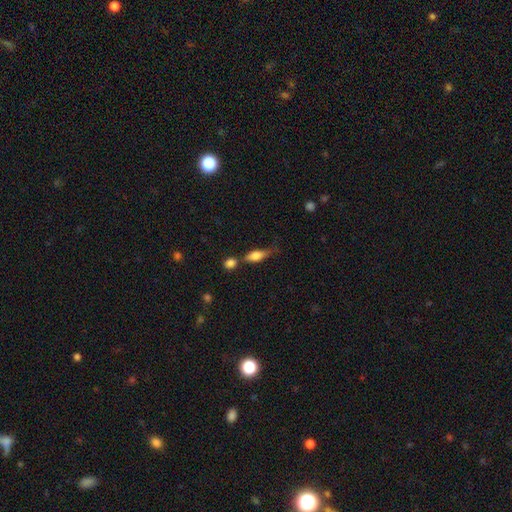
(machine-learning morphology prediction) The model was most divided on "merging": none: 45%, minor disturbance: 23%, merger: 23%, major disturbance: 9%. More confident: smooth or featured — smooth (70%); how rounded — in between (66%).